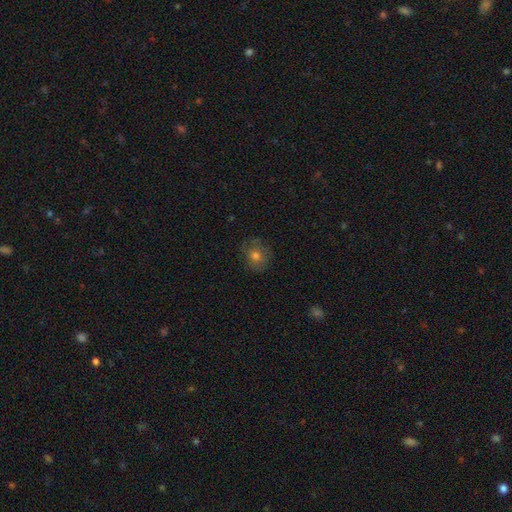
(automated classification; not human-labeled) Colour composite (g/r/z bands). It shows a smooth galaxy with no disk features (72%) that is round (79%). Merging: none (81%).